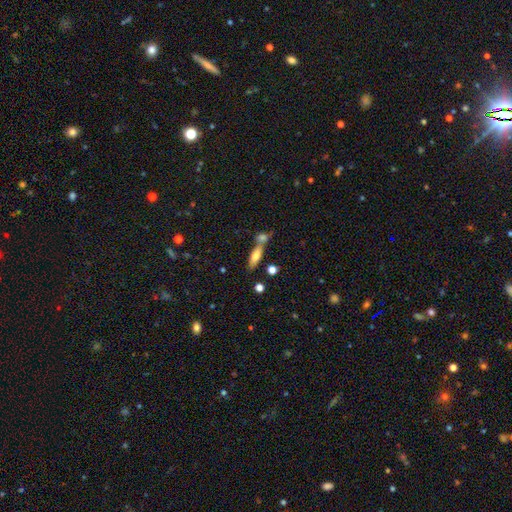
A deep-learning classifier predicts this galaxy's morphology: smooth_or_featured: smooth (p=0.71) [alt: featured or disk p=0.21]
how_rounded: in between (p=0.51) [alt: cigar-shaped p=0.46]
merging: none (p=0.46) [alt: merger p=0.39]